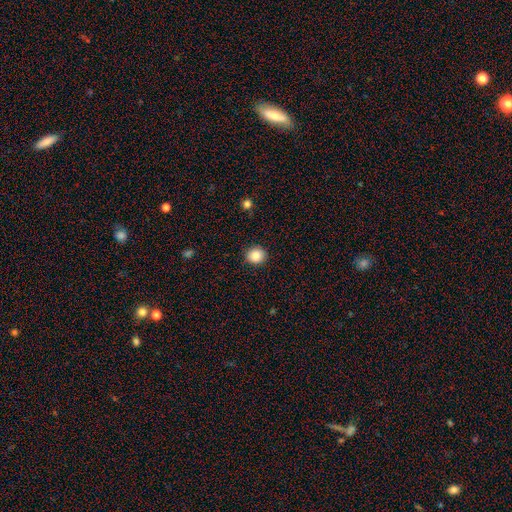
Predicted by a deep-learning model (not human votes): Smooth or featured?
  - smooth: 86% *
  - star or artifact: 9%
  - featured or disk: 4%
How rounded?
  - round: 79% *
  - in between: 20%
  - cigar-shaped: 1%
Merging?
  - none: 90% *
  - minor disturbance: 7%
  - major disturbance: 2%
  - merger: 1%